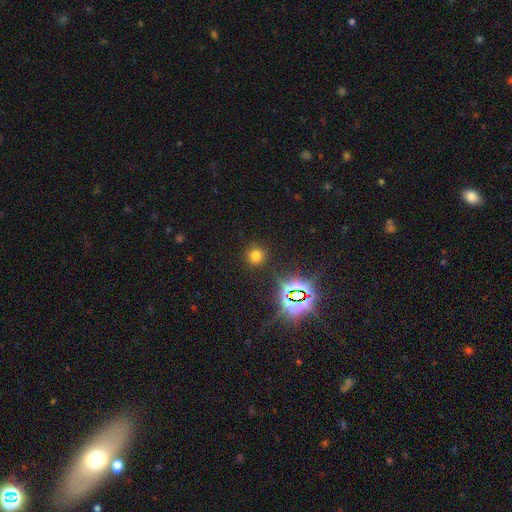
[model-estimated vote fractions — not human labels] This appears to be a smooth galaxy with no disk features (68%) that is round (92%). Merging: none (88%).